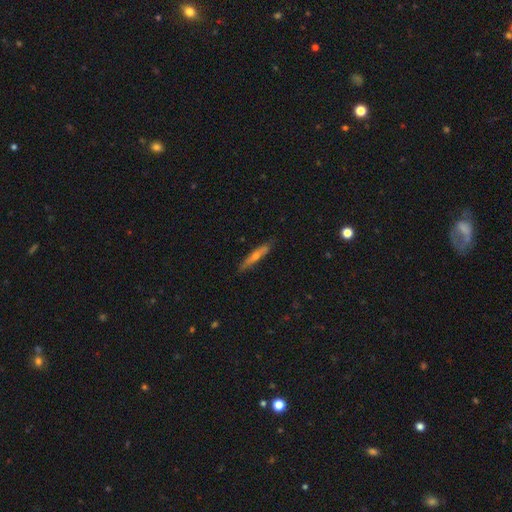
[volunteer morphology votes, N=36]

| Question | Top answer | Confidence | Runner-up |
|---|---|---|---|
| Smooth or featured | featured or disk | 58% | smooth (39%) |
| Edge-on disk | yes | 95% | no (5%) |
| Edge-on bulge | rounded | 75% | none (25%) |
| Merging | none | 86% | minor disturbance (14%) |